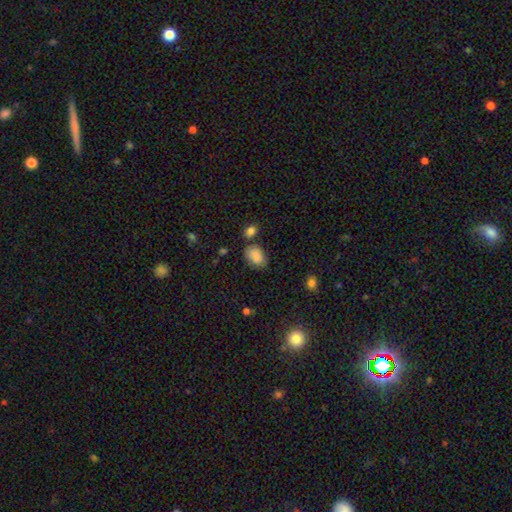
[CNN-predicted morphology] type=smooth (86%); roundness=in between (86%); merging=none (66%).